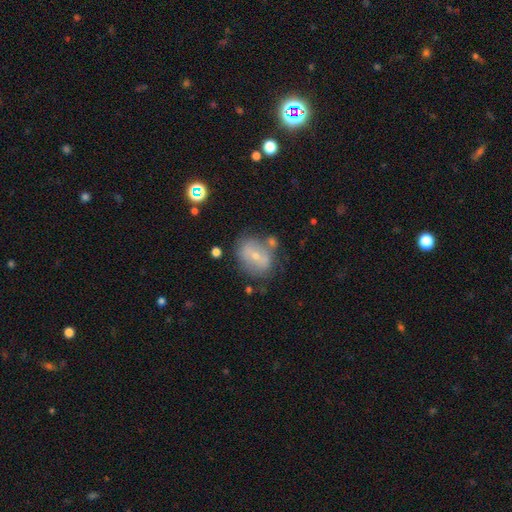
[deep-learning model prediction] smooth 45%, featured or disk 44%, star or artifact 11%. Down the decision tree: merging — none (60%).